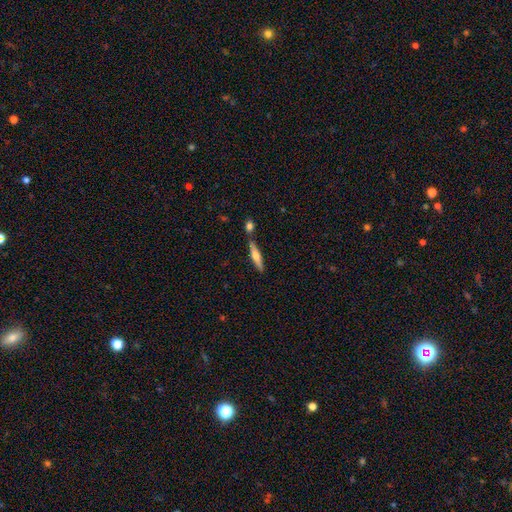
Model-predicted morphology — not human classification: Smooth or featured?
  - smooth: 47% * (tied)
  - featured or disk: 47% * (tied)
  - star or artifact: 6%
Merging?
  - none: 74% *
  - merger: 13%
  - minor disturbance: 11%
  - major disturbance: 2%